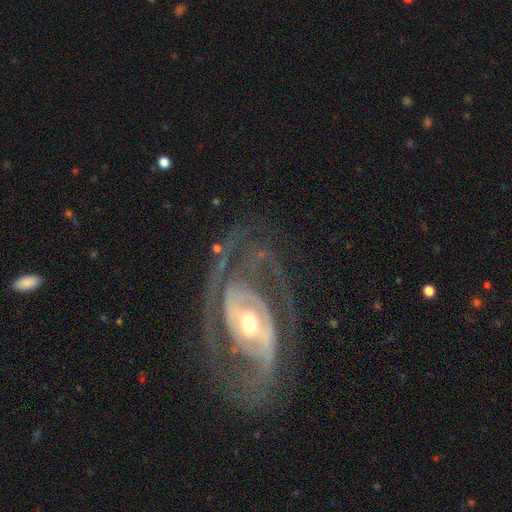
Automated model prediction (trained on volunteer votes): Overall: featured or disk (90%). Edge-on disk: no (96%). Bar: no (35%; weak 33%). Spiral arms: yes (95%). Spiral arm count: 2 (57%). Spiral winding: tight (44%; medium 43%). Bulge size: moderate (62%; small 28%). Merging: none (67%).